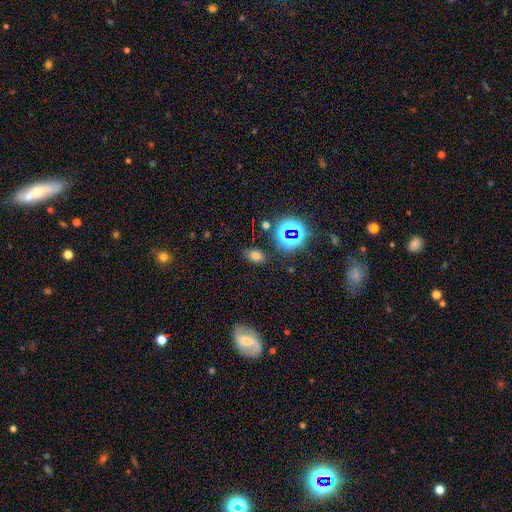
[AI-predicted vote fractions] smooth 66%, star or artifact 26%, featured or disk 8%. Down the decision tree: how rounded — in between (77%); merging — none (80%).